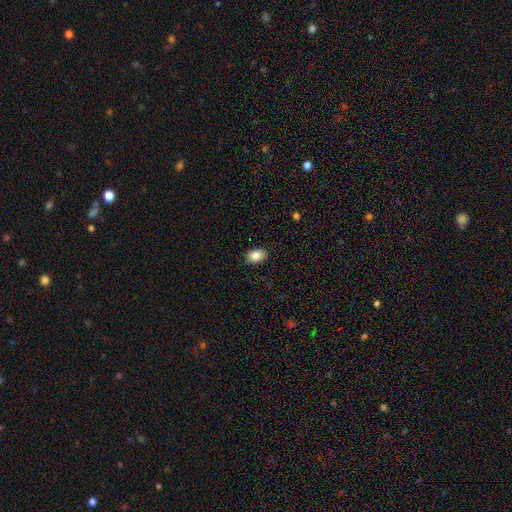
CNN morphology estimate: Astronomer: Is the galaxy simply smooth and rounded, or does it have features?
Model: smooth — 84%.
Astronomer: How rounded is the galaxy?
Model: in between — 84%.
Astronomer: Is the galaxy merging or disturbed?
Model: none — 87%.